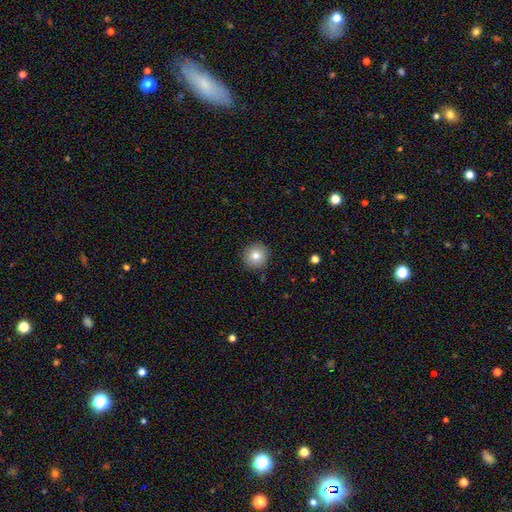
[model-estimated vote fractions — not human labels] The model was most divided on "smooth or featured": smooth: 80%, featured or disk: 10%, star or artifact: 10%. More confident: how rounded — round (94%); merging — none (89%).